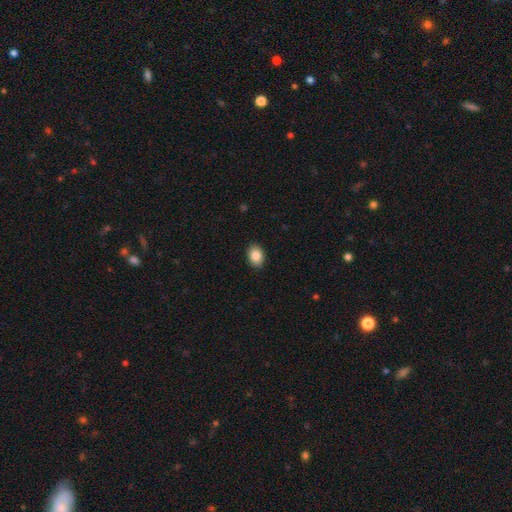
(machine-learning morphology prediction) Smooth or featured?
  - smooth: 87% *
  - star or artifact: 8%
  - featured or disk: 6%
How rounded?
  - in between: 78% *
  - round: 21%
  - cigar-shaped: 1%
Merging?
  - none: 90% *
  - minor disturbance: 7%
  - major disturbance: 2%
  - merger: 1%